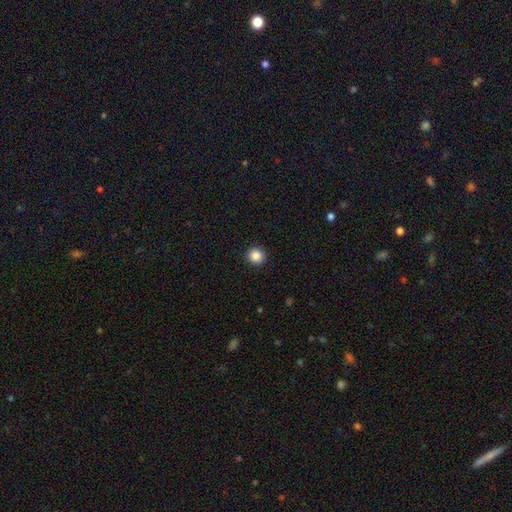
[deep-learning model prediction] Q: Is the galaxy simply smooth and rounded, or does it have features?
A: smooth — 87%.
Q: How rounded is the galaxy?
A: round — 94%.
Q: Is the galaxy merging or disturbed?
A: none — 93%.